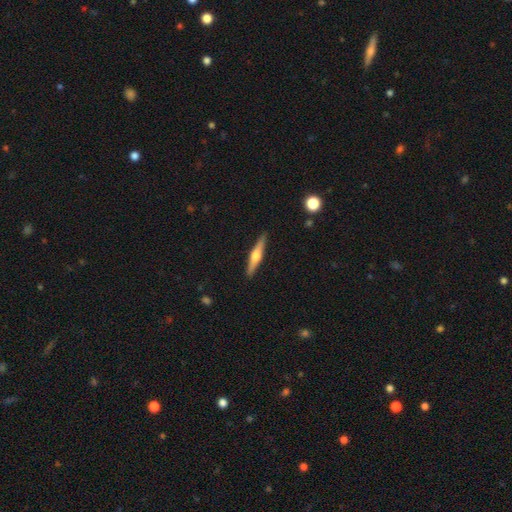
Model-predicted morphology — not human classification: Smooth or featured? featured or disk (65%)
Edge-on disk? yes (98%)
Edge-on bulge? rounded (92%)
Merging? none (91%)